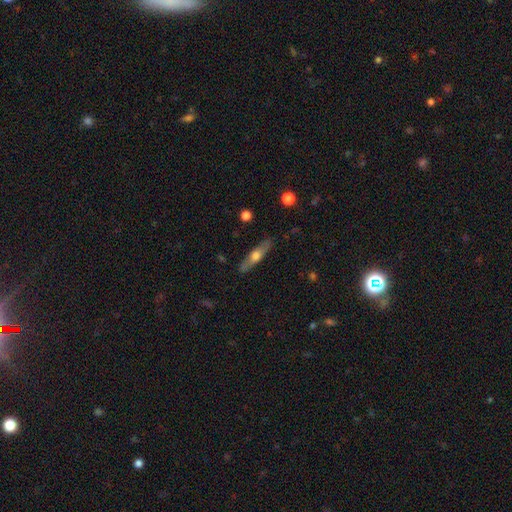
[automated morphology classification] smooth-or-featured: featured or disk: 47% (tied) | smooth: 47% (tied) | star or artifact: 6%
  merging: none: 85% | minor disturbance: 11% | major disturbance: 3% | merger: 2%